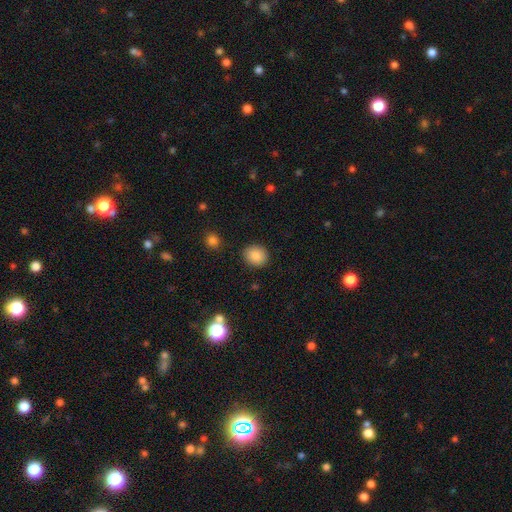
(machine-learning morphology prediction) Overall: smooth (87%). How rounded: round (70%). Merging: none (88%).